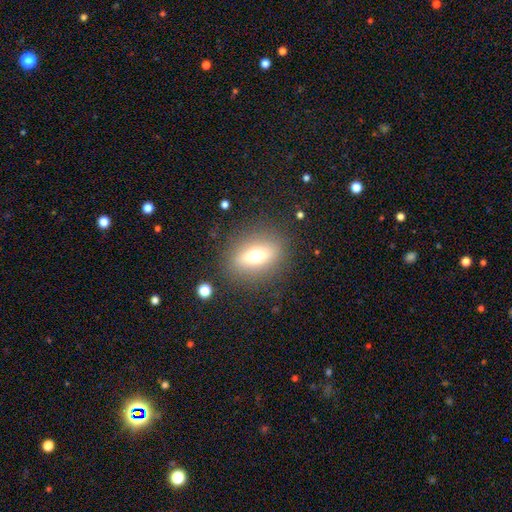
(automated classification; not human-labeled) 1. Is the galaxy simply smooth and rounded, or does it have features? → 61% smooth, 26% featured or disk, 13% star or artifact.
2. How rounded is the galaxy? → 58% in between, 35% round, 7% cigar-shaped.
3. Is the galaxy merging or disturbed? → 84% none, 10% minor disturbance, 5% major disturbance, 2% merger.